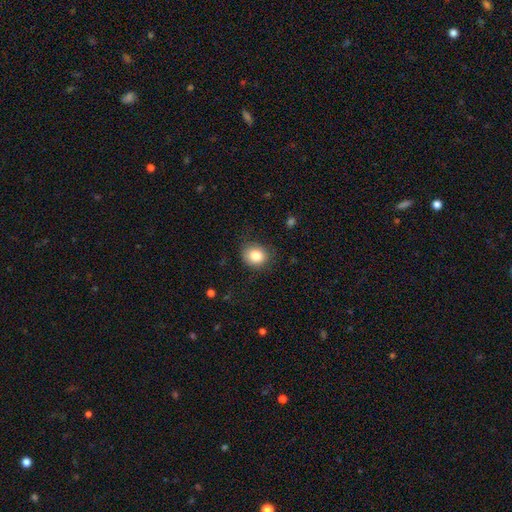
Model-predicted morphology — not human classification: Overall: smooth (84%). How rounded: round (71%). Merging: none (79%).